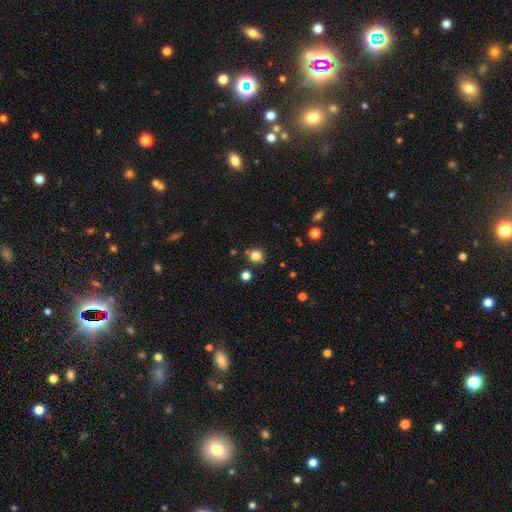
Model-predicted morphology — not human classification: smooth 79%, star or artifact 15%, featured or disk 6%. Down the decision tree: how rounded — round (90%); merging — none (81%).